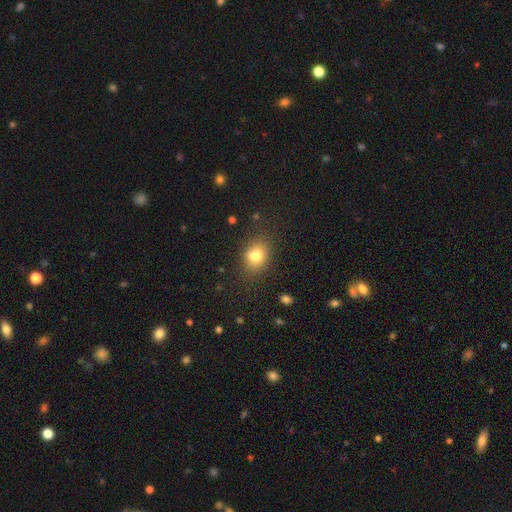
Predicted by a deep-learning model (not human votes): Smooth or featured? Predicted: smooth (p=0.81). How rounded? Predicted: in between (p=0.59). Merging? Predicted: none (p=0.75).